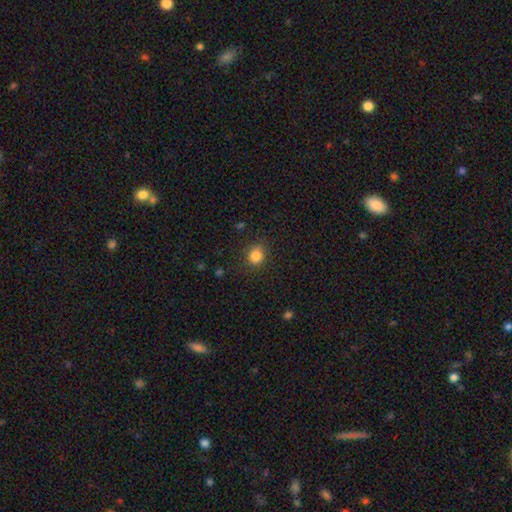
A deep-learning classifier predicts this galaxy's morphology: Smooth or featured: smooth — 84% (star or artifact — 12%)
How rounded: round — 78% (in between — 21%)
Merging: none — 86% (minor disturbance — 10%)